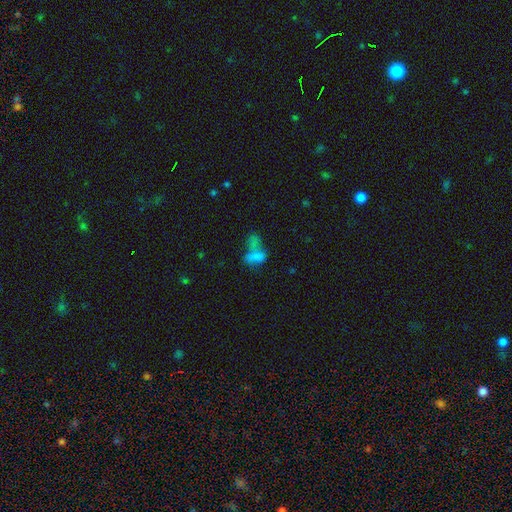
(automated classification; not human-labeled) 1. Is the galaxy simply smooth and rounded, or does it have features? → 68% smooth, 17% featured or disk, 15% star or artifact.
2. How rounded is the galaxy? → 82% in between, 11% round, 7% cigar-shaped.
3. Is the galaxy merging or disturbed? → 58% merger, 19% none, 14% major disturbance, 10% minor disturbance.